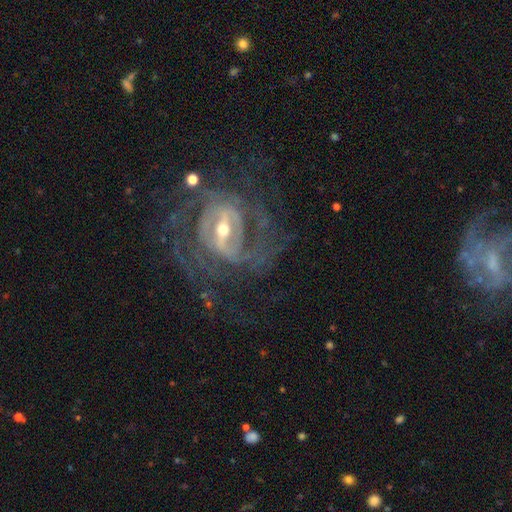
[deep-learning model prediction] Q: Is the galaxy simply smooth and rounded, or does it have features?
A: featured or disk — 89%.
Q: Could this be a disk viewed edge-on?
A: no — 95%.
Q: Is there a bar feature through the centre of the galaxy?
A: strong — 57%.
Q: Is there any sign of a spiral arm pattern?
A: yes — 93%.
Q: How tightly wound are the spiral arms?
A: tight — 44%.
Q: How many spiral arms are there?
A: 2 — 37%.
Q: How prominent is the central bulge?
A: moderate — 48%.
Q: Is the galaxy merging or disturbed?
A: none — 63%.